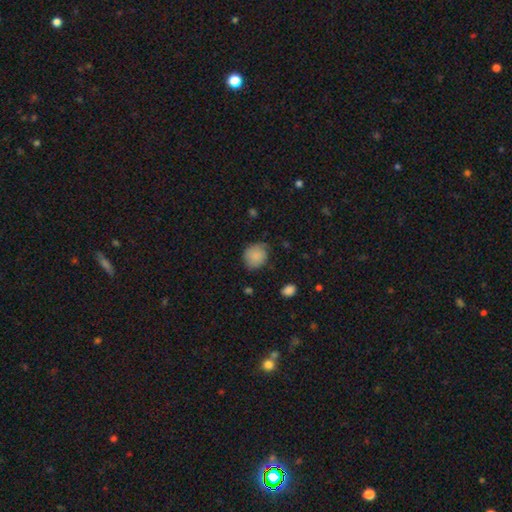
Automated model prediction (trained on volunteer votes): Overall: smooth (85%). How rounded: round (77%). Merging: none (67%).